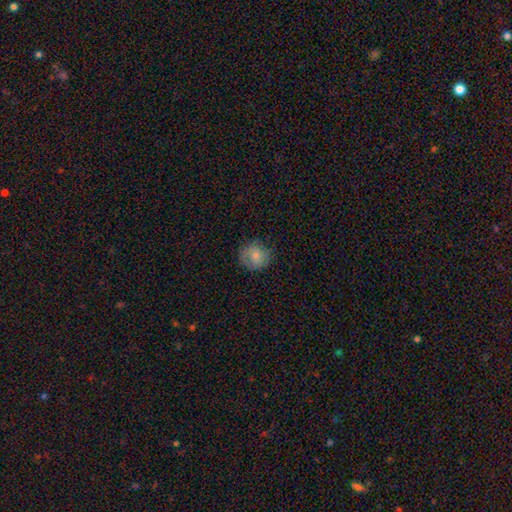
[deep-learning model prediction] smooth-or-featured: smooth: 78% | featured or disk: 15% | star or artifact: 8%
  how-rounded: round: 86% | in between: 13% | cigar-shaped: 1%
  merging: none: 76% | minor disturbance: 18% | major disturbance: 5% | merger: 1%